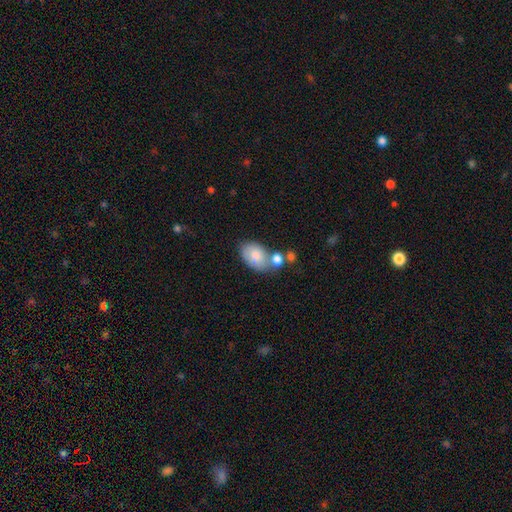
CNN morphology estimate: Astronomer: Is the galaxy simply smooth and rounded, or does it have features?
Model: smooth — 79%.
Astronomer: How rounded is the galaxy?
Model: in between — 87%.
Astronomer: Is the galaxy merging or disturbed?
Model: none — 46% (runner-up: merger, 30%).